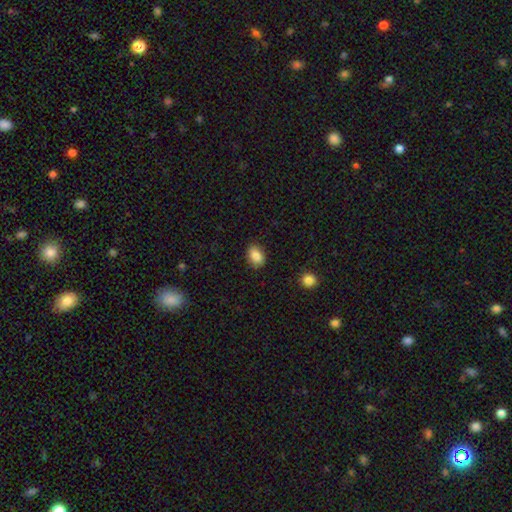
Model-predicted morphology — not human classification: Smooth or featured: smooth — 85% (star or artifact — 8%)
How rounded: in between — 76% (round — 22%)
Merging: none — 85% (minor disturbance — 11%)